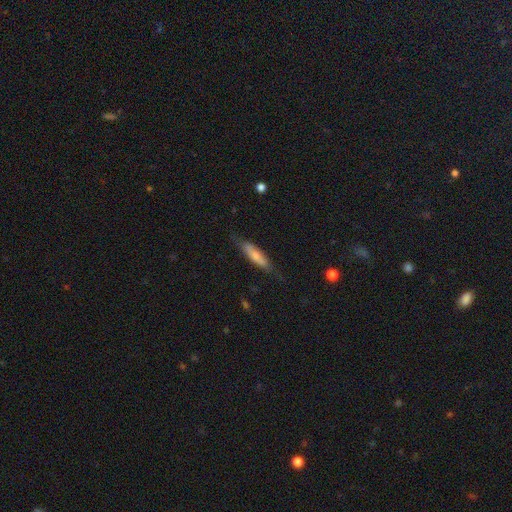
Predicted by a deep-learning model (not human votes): Overall: smooth (65%; featured or disk 29%). How rounded: cigar-shaped (66%; in between 32%). Merging: none (73%).